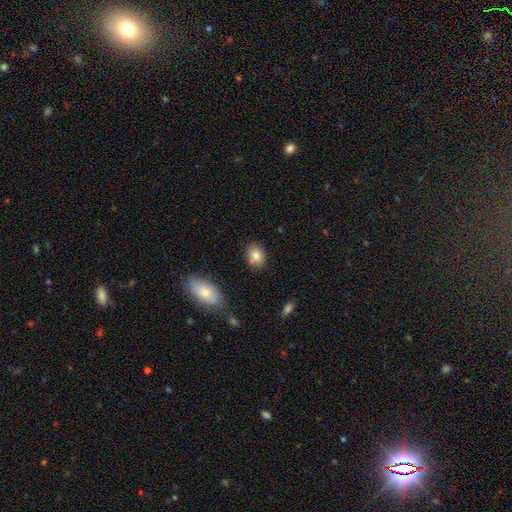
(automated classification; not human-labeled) Q: Smooth or featured?
A: smooth (81%); runner-up: featured or disk (10%)
Q: How rounded?
A: in between (64%); runner-up: round (34%)
Q: Merging?
A: none (76%); runner-up: minor disturbance (14%)